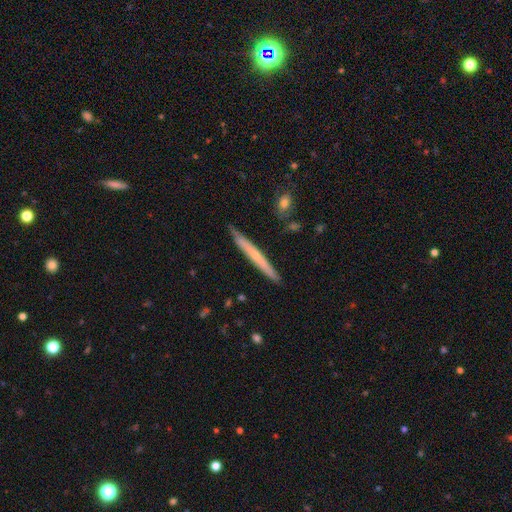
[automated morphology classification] Smooth or featured? Predicted: featured or disk (p=0.48). Merging? Predicted: none (p=0.87).